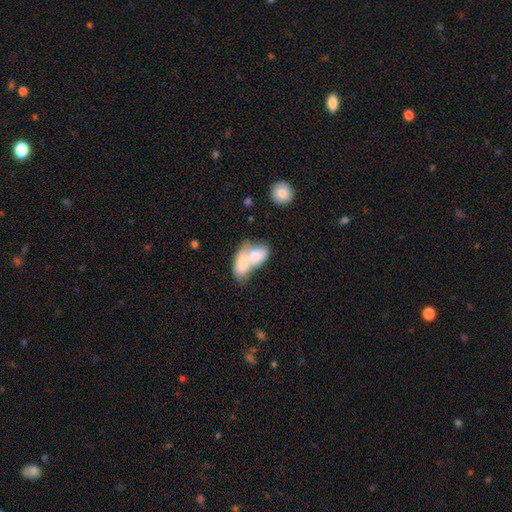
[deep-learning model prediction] The model was most divided on "smooth or featured": smooth: 76%, featured or disk: 18%, star or artifact: 6%. More confident: how rounded — in between (88%); merging — merger (79%).